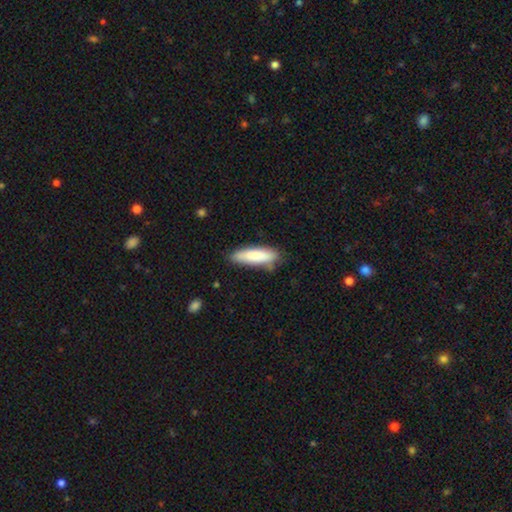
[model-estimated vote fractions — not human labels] Overall: smooth (82%). How rounded: cigar-shaped (62%; in between 37%). Merging: none (75%).